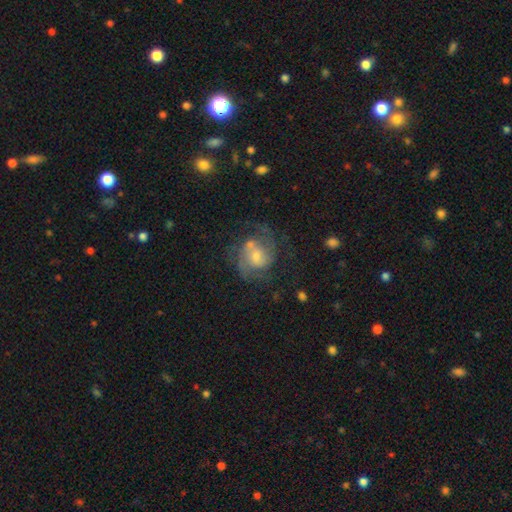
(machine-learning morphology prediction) A featured or disk galaxy (73%) with no bar (55%), 2 (59%) medium (49%) spiral arms (88%) and a moderate central bulge (48%).

Vote fractions:
- Smooth or featured? featured or disk: 73% / smooth: 19% / star or artifact: 8%
- Edge-on disk? no: 98% / yes: 2%
- Bar? no: 55% / weak: 39% / strong: 6%
- Spiral arms? yes: 88% / no: 12%
- Spiral winding? medium: 49% / tight: 30% / loose: 20%
- Spiral arm count? 2: 59% / can't tell: 19% / 3: 11% / 1: 6% / 4: 3% / more than 4: 3%
- Bulge size? moderate: 48% / small: 35% / large: 9% / none: 6% / dominant: 2%
- Merging? none: 51% / major disturbance: 19% / minor disturbance: 19% / merger: 11%